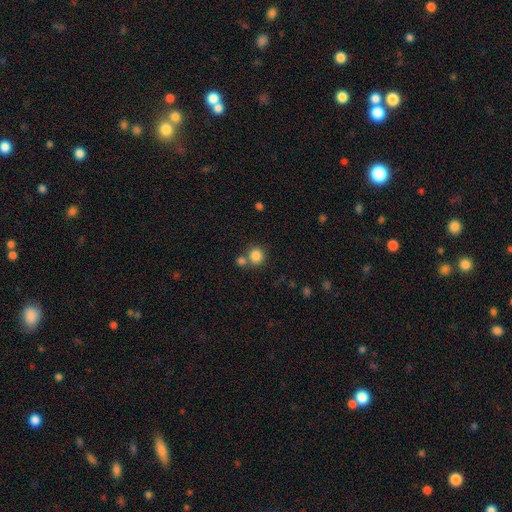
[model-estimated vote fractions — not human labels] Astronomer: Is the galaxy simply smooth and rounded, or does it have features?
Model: smooth — 84%.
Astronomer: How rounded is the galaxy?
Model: round — 89%.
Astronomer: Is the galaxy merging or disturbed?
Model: none — 63%.